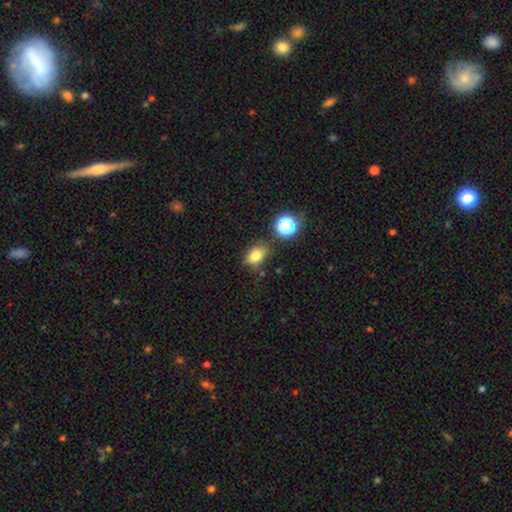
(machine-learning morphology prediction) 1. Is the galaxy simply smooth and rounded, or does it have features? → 77% smooth, 14% star or artifact, 9% featured or disk.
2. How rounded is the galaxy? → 71% in between, 28% round, 2% cigar-shaped.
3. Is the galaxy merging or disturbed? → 73% none, 16% minor disturbance, 6% merger, 4% major disturbance.